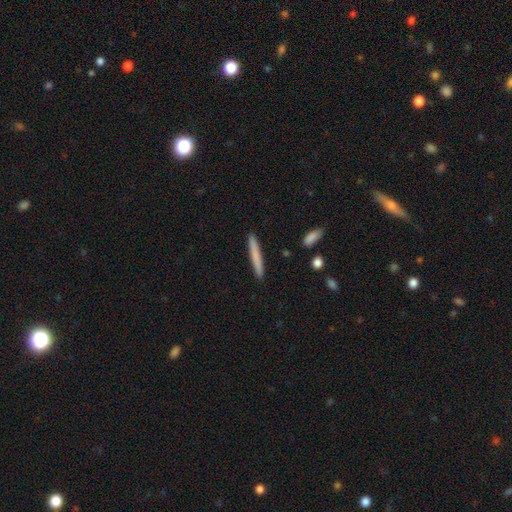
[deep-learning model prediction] The model was most divided on "smooth or featured": smooth: 74%, featured or disk: 20%, star or artifact: 6%. More confident: how rounded — cigar-shaped (96%); merging — none (91%).